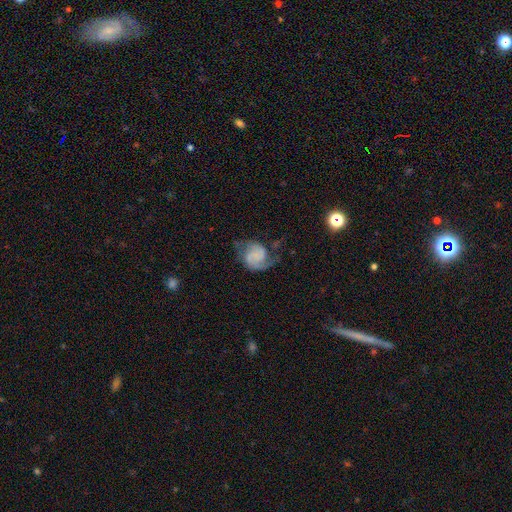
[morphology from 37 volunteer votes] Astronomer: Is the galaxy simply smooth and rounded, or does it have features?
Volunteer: featured or disk — 76%.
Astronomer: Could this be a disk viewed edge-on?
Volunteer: no — 100%.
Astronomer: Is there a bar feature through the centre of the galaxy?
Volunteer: no — 61%.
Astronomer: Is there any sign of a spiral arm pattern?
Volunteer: yes — 96%.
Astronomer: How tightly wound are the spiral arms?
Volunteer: medium — 41% (runner-up: loose, 33%).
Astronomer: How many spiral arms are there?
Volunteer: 2 — 93%.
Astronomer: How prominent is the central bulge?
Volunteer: none — 50% (runner-up: small, 32%).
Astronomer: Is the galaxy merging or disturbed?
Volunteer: none — 60%.